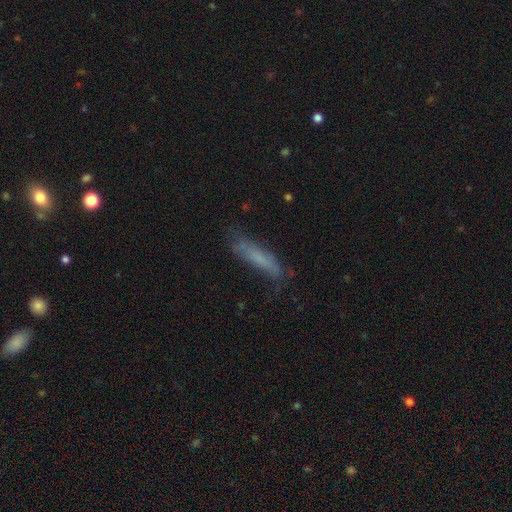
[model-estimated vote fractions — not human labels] smooth 59%, featured or disk 28%, star or artifact 12%. Down the decision tree: how rounded — cigar-shaped (79%); merging — none (71%).